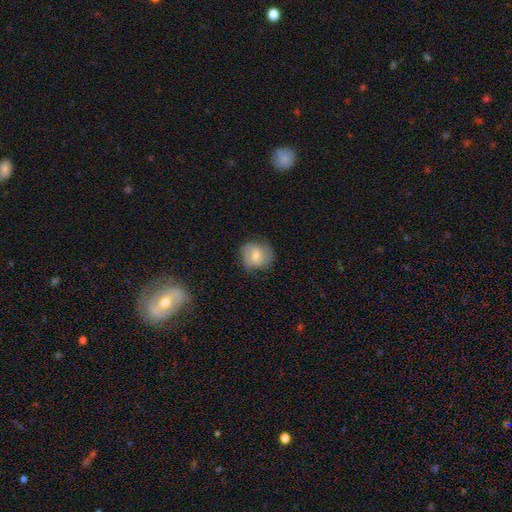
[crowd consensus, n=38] A smooth galaxy with no disk features (55%) that is round (90%).

Vote fractions:
- Smooth or featured? smooth: 55% / featured or disk: 42% / star or artifact: 3%
- How rounded? round: 90% / in between: 10% / cigar-shaped: 0%
- Merging? none: 81% / minor disturbance: 14% / major disturbance: 5% / merger: 0%